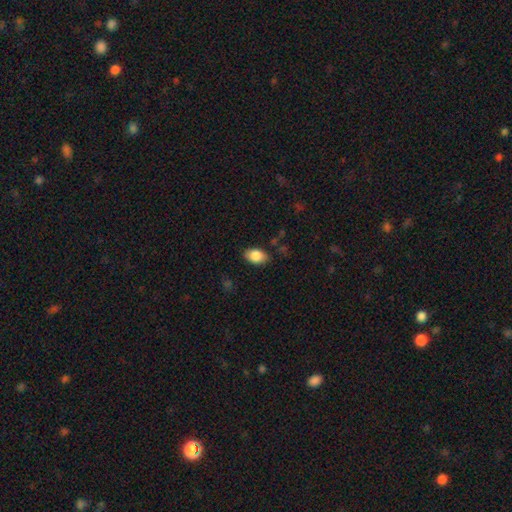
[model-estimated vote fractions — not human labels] Smooth or featured? Predicted: smooth (p=0.86). How rounded? Predicted: in between (p=0.86). Merging? Predicted: none (p=0.83).